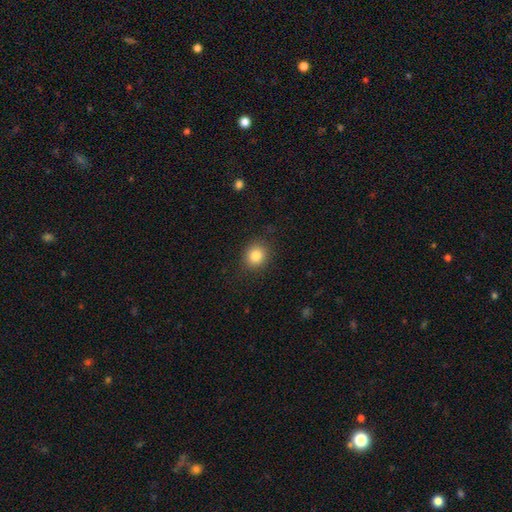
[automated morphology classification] A smooth galaxy with no disk features (84%) that is round (77%).

Vote fractions:
- Smooth or featured? smooth: 84% / star or artifact: 10% / featured or disk: 6%
- How rounded? round: 77% / in between: 22% / cigar-shaped: 1%
- Merging? none: 87% / minor disturbance: 9% / major disturbance: 3% / merger: 1%